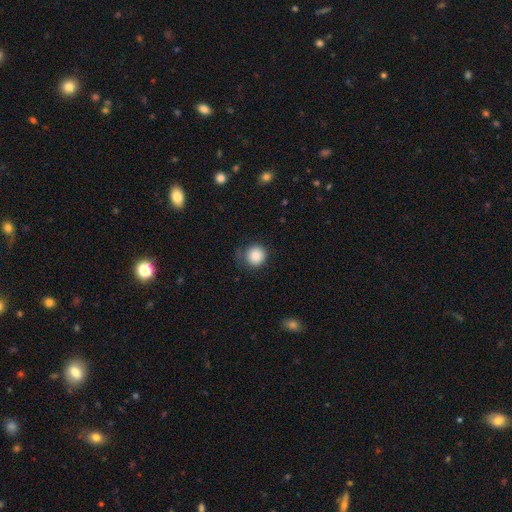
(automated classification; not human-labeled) A smooth galaxy with no disk features (86%) that is round (91%). Merging: none (67%).